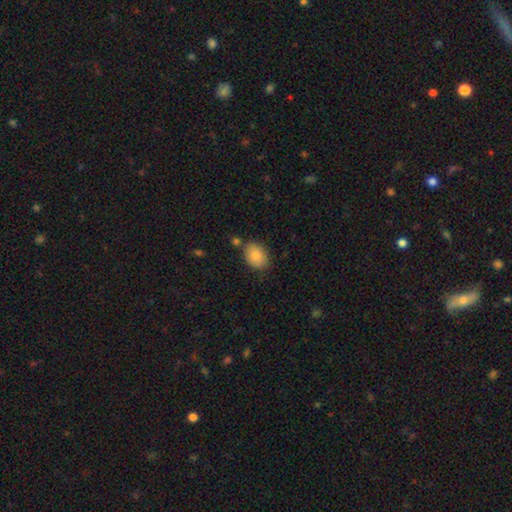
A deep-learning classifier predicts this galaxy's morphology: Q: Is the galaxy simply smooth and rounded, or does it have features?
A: smooth — 84%.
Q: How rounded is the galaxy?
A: in between — 77%.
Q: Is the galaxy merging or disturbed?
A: none — 75%.